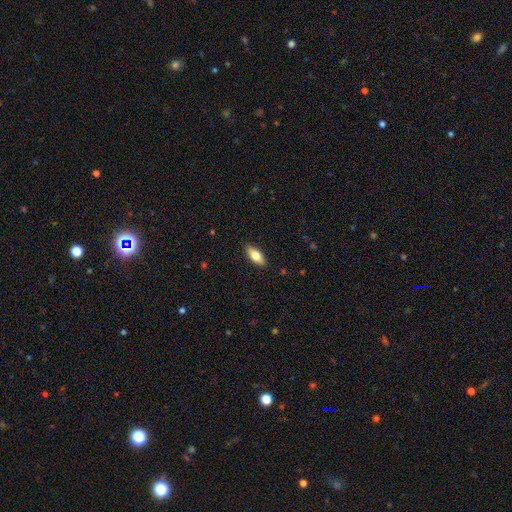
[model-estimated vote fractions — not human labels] Smooth or featured?
  - smooth: 68% *
  - featured or disk: 26%
  - star or artifact: 6%
How rounded?
  - in between: 76% *
  - cigar-shaped: 21%
  - round: 3%
Merging?
  - none: 88% *
  - minor disturbance: 9%
  - major disturbance: 2%
  - merger: 1%